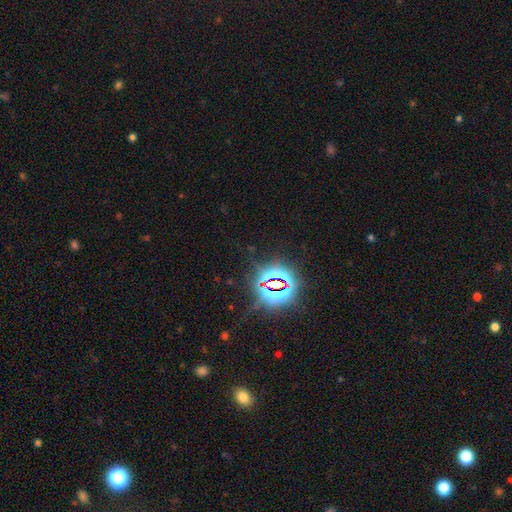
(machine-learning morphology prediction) The model was most divided on "smooth or featured": star or artifact: 82%, smooth: 11%, featured or disk: 7%.